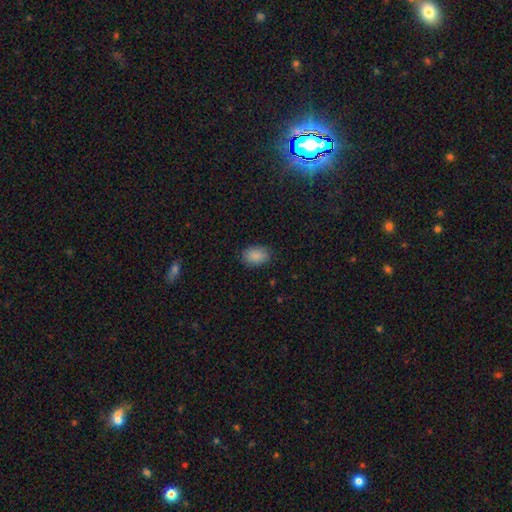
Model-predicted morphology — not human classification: type=smooth (88%); roundness=in between (86%); merging=none (85%).